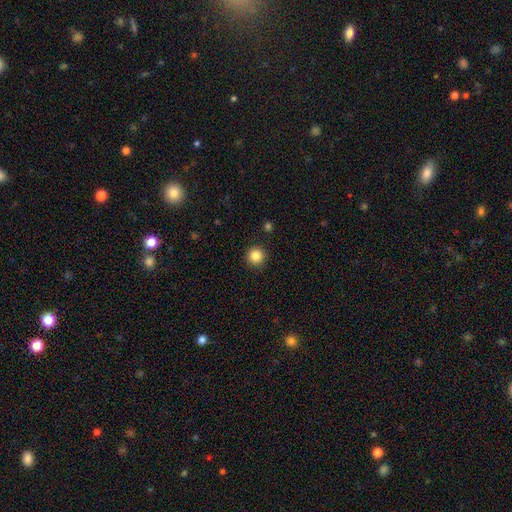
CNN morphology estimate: A smooth galaxy with no disk features (85%) that is round (95%). Merging: none (92%).